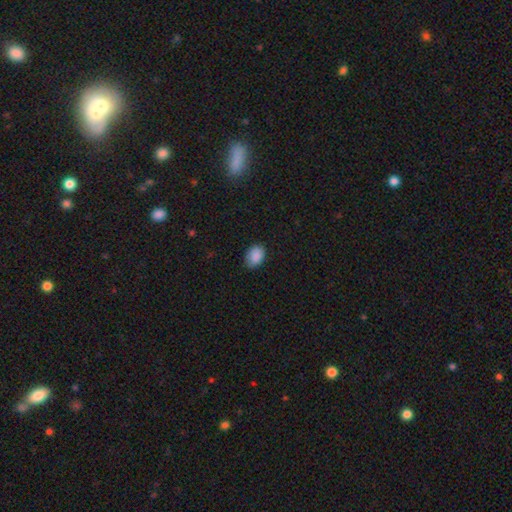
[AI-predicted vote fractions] Morphology: type=smooth (89%); roundness=in between (76%); merging=none (77%).